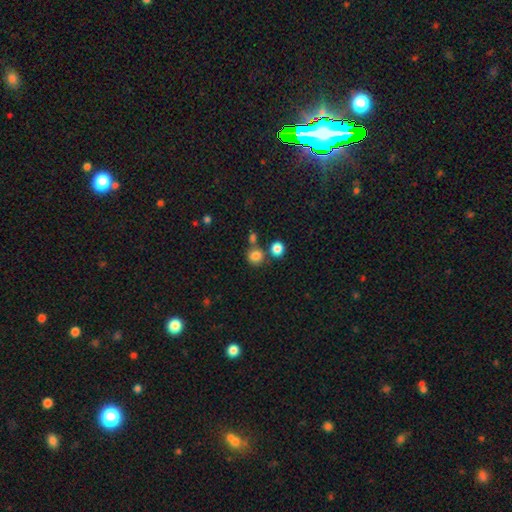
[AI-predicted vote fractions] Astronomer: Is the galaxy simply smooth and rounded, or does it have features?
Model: smooth — 82%.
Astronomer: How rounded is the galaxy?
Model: round — 84%.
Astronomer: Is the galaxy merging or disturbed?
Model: none — 66%.